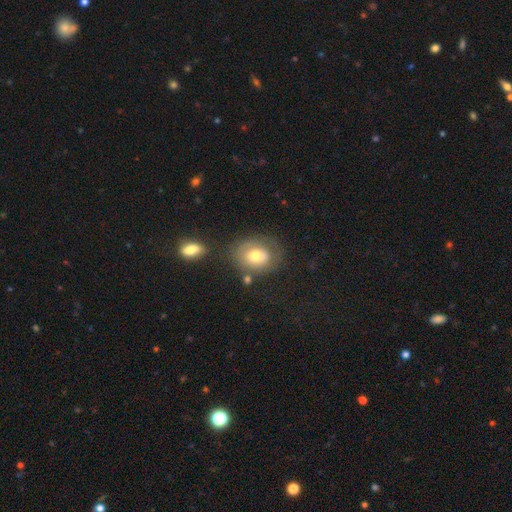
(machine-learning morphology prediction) This is likely a smooth galaxy (63%). How rounded: possibly round (50%). Merging: likely none (60%).